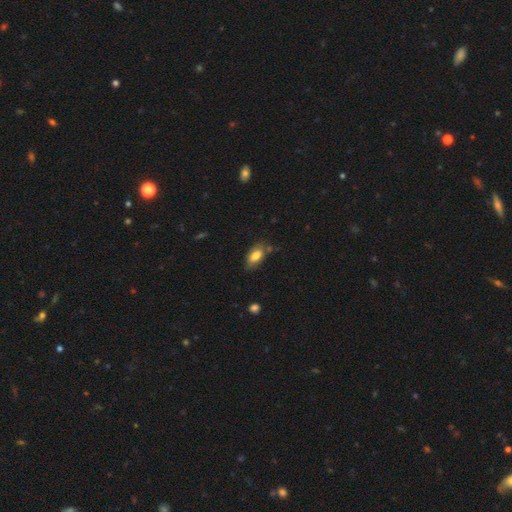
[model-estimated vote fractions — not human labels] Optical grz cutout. It shows a smooth galaxy with no disk features (77%) that is in between round and cigar-shaped (89%). Merging: none (66%).